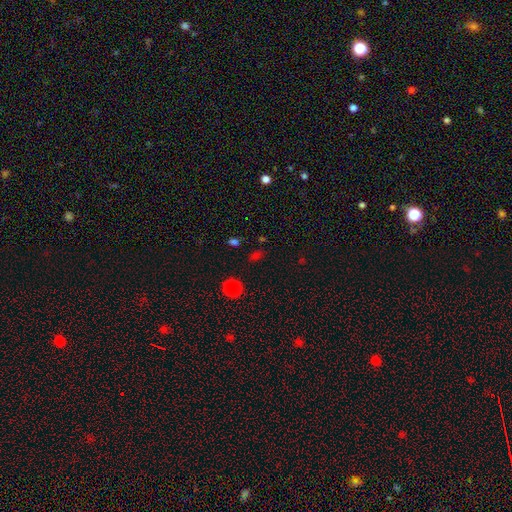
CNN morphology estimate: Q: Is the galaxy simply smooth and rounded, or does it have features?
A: smooth — 56%.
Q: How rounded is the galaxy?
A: in between — 58%.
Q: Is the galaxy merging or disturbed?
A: none — 79%.